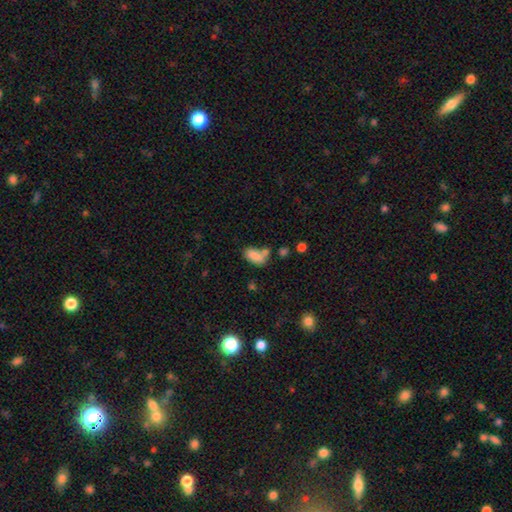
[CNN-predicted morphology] A smooth galaxy with no disk features (82%) that is in between round and cigar-shaped (90%).

Vote fractions:
- Smooth or featured? smooth: 82% / star or artifact: 9% / featured or disk: 9%
- How rounded? in between: 90% / cigar-shaped: 6% / round: 5%
- Merging? none: 42% / merger: 35% / minor disturbance: 16% / major disturbance: 7%